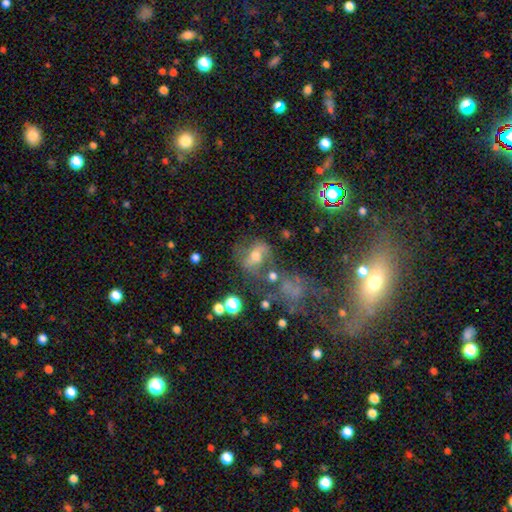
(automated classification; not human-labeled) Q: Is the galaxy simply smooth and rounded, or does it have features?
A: smooth — 41%.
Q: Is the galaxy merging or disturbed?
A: none — 45%.